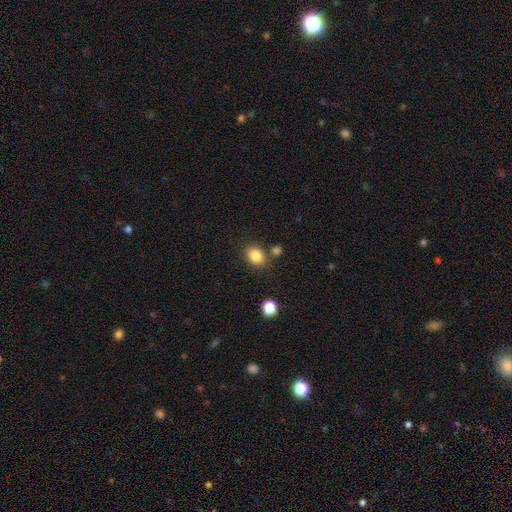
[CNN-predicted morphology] smooth-or-featured: smooth: 84% | star or artifact: 11% | featured or disk: 6%
  how-rounded: in between: 51% | round: 48% | cigar-shaped: 1%
  merging: none: 75% | minor disturbance: 12% | merger: 9% | major disturbance: 4%